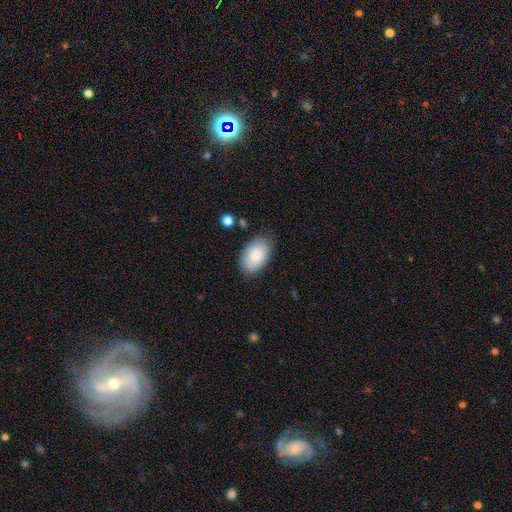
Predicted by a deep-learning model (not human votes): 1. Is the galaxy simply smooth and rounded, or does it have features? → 81% smooth, 12% featured or disk, 7% star or artifact.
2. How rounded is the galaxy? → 91% in between, 8% round, 1% cigar-shaped.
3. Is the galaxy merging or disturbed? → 81% none, 14% minor disturbance, 3% major disturbance, 2% merger.